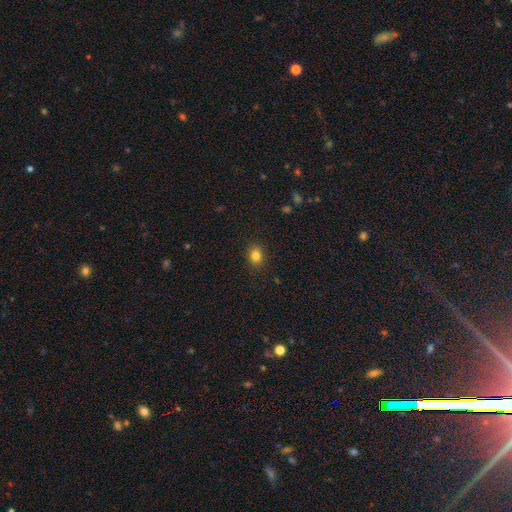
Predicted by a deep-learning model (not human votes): Smooth or featured? Predicted: smooth (p=0.83). How rounded? Predicted: in between (p=0.50). Merging? Predicted: none (p=0.88).